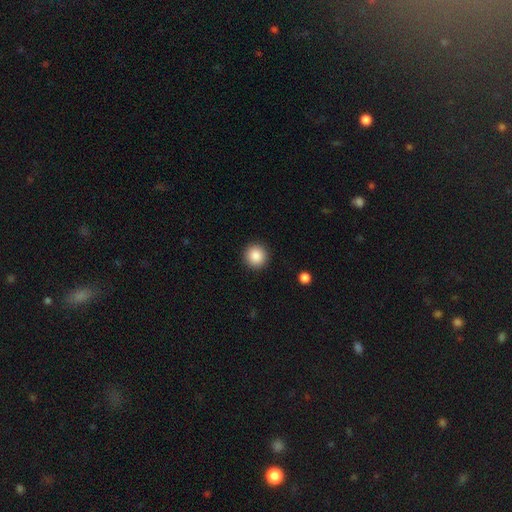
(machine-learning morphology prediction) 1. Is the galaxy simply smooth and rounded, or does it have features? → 87% smooth, 9% star or artifact, 4% featured or disk.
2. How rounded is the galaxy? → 95% round, 4% in between, 1% cigar-shaped.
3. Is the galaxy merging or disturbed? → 92% none, 5% minor disturbance, 2% major disturbance, 1% merger.